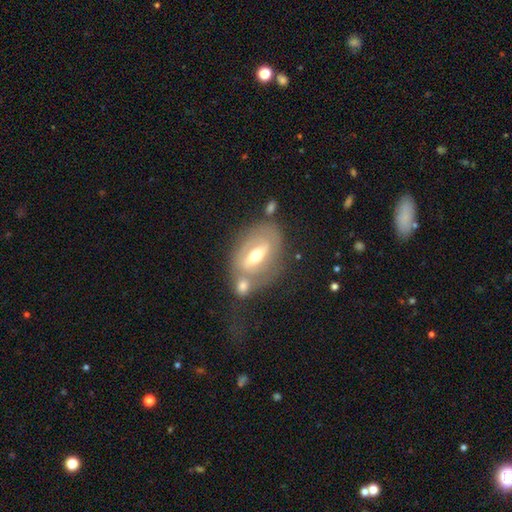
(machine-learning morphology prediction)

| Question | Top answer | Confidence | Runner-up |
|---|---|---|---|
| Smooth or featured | featured or disk | 66% | smooth (27%) |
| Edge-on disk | no | 87% | yes (13%) |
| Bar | strong | 46% | weak (35%) |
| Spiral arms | no | 57% | yes (43%) |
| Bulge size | moderate | 71% | small (16%) |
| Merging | none | 44% | merger (30%) |